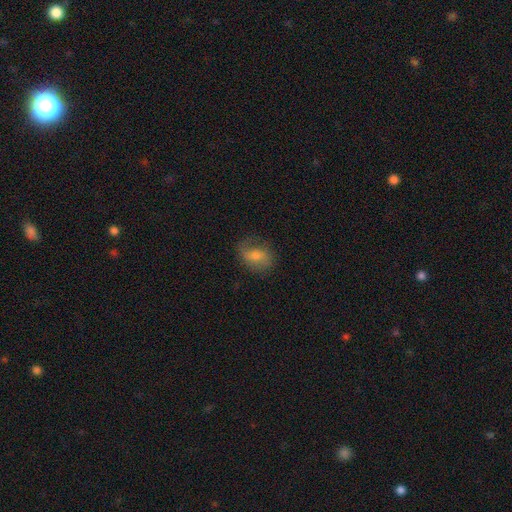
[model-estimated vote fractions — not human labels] The model was most divided on "smooth or featured": featured or disk: 48%, smooth: 41%, star or artifact: 10%. More confident: merging — none (71%).